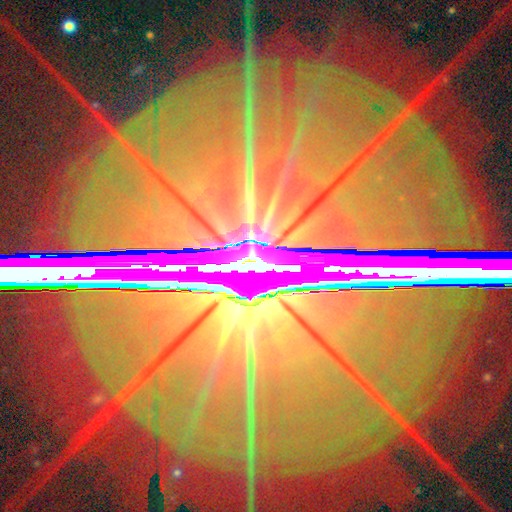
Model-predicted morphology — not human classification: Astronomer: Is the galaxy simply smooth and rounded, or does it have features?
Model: star or artifact — 85%.